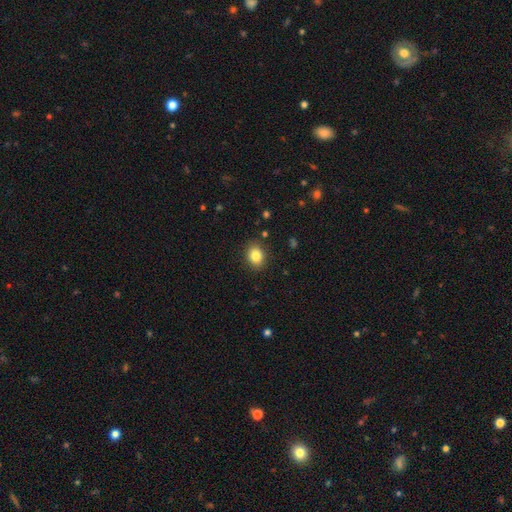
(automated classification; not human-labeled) smooth-or-featured: smooth: 85% | star or artifact: 9% | featured or disk: 6%
  how-rounded: in between: 54% | round: 45% | cigar-shaped: 1%
  merging: none: 88% | minor disturbance: 9% | major disturbance: 3% | merger: 1%